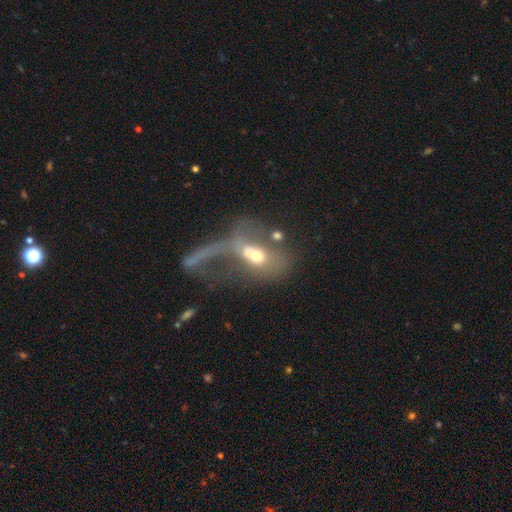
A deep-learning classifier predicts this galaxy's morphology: smooth_or_featured: featured or disk (p=0.45) [alt: smooth p=0.43]
merging: merger (p=0.49) [alt: major disturbance p=0.36]